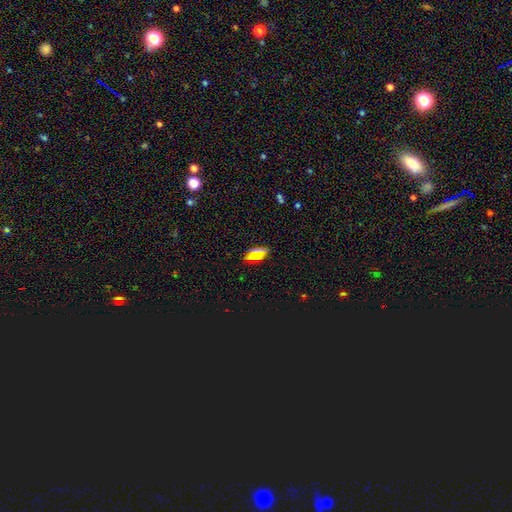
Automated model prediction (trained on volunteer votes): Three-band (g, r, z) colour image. It shows a smooth galaxy with no disk features (62%) that is in between round and cigar-shaped (82%). Merging: none (80%).